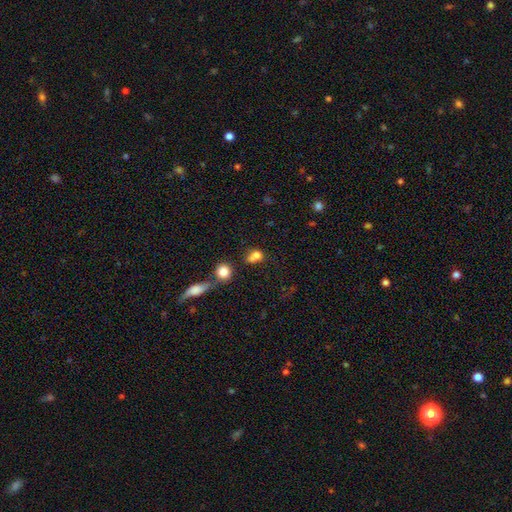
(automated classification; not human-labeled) Smooth or featured? Predicted: smooth (p=0.76). How rounded? Predicted: round (p=0.56). Merging? Predicted: merger (p=0.41).